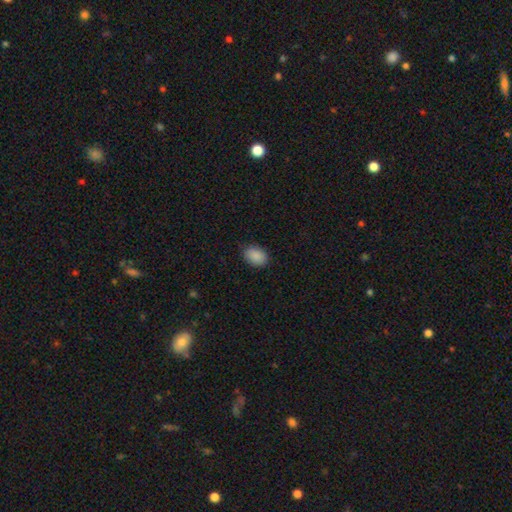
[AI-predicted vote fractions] Smooth or featured? smooth (89%)
How rounded? in between (78%)
Merging? none (84%)